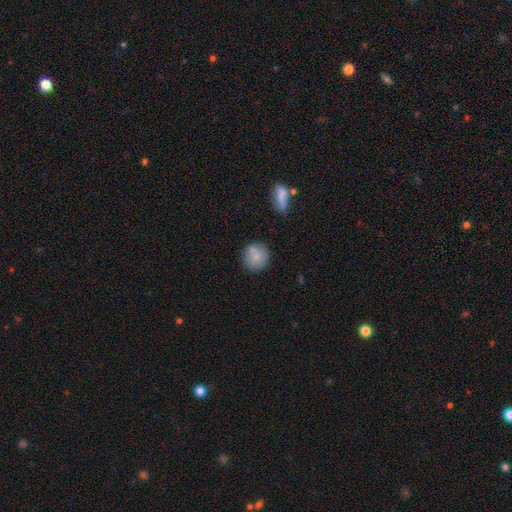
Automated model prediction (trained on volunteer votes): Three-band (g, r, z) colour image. It shows a smooth galaxy with no disk features (81%) that is round (90%). Merging: none (70%).